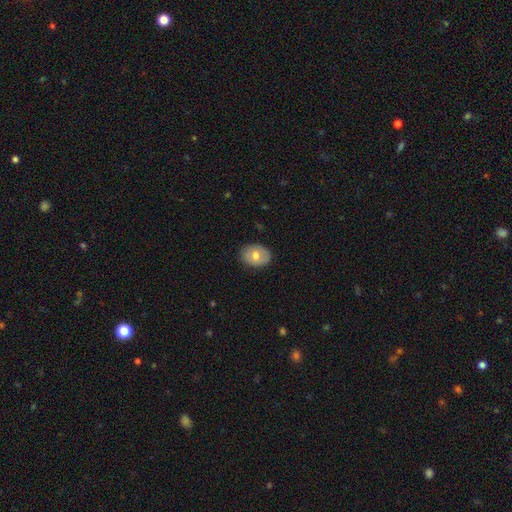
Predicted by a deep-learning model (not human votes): Smooth or featured? Predicted: smooth (p=0.67). How rounded? Predicted: in between (p=0.63). Merging? Predicted: none (p=0.85).